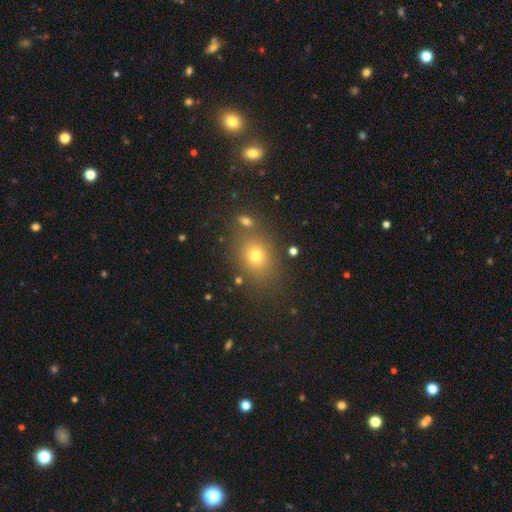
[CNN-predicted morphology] type=smooth (72%); roundness=in between (56%); merging=none (76%).